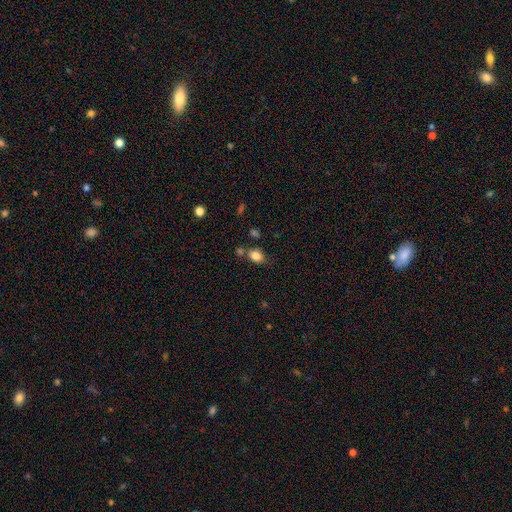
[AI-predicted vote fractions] Morphology: type=smooth (83%); roundness=in between (63%); merging=none (65%).